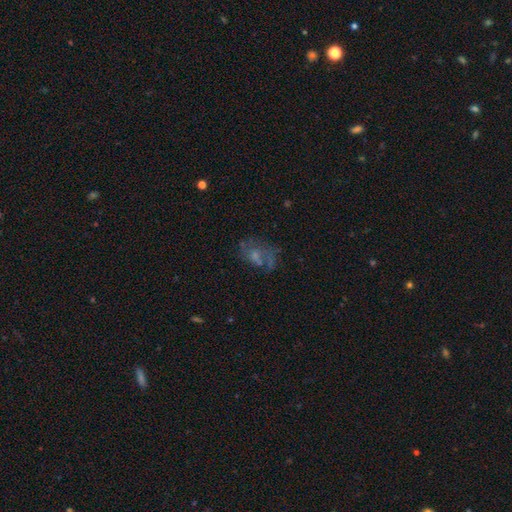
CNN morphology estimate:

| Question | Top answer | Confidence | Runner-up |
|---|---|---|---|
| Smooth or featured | featured or disk | 49% | smooth (31%) |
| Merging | none | 47% | major disturbance (26%) |